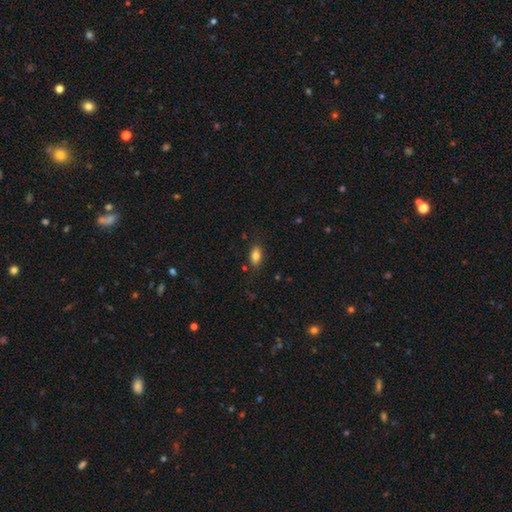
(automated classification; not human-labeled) Smooth or featured?
  - smooth: 82% *
  - featured or disk: 9%
  - star or artifact: 9%
How rounded?
  - in between: 88% *
  - cigar-shaped: 6%
  - round: 5%
Merging?
  - none: 82% *
  - minor disturbance: 13%
  - major disturbance: 3%
  - merger: 2%